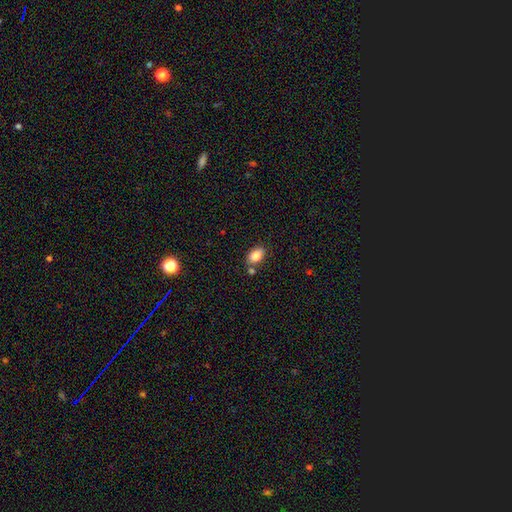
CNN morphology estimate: Smooth or featured?
  - smooth: 85% *
  - star or artifact: 8%
  - featured or disk: 7%
How rounded?
  - in between: 88% *
  - round: 11%
  - cigar-shaped: 2%
Merging?
  - none: 72% *
  - minor disturbance: 13%
  - merger: 13%
  - major disturbance: 3%